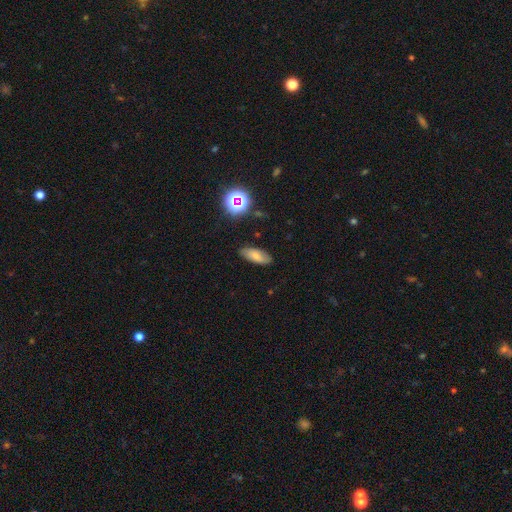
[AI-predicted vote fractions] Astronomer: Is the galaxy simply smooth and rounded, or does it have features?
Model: smooth — 72%.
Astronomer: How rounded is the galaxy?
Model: in between — 79%.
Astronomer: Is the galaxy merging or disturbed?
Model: none — 82%.